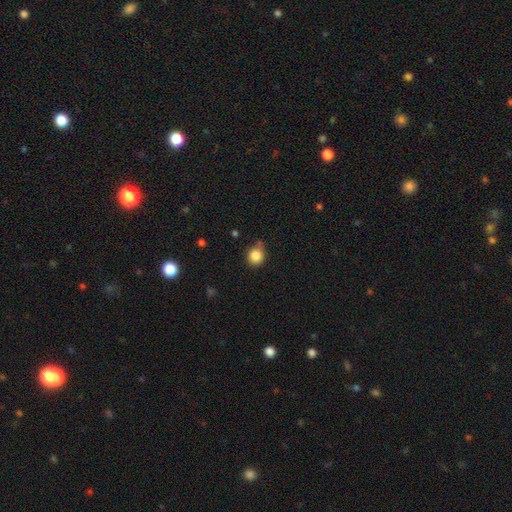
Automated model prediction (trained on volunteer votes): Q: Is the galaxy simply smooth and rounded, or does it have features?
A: smooth — 85%.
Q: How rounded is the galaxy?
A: round — 84%.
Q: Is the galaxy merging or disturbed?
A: none — 65%.